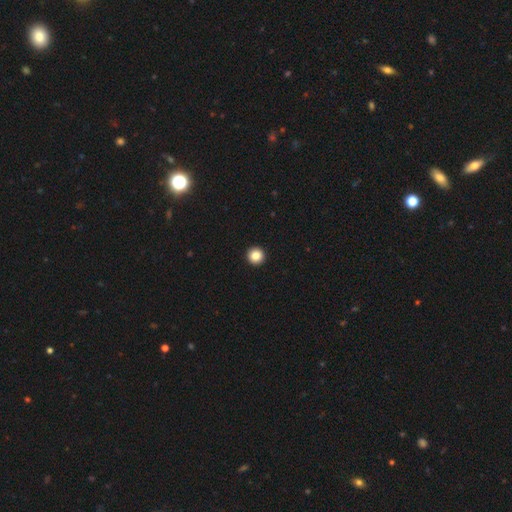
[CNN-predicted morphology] Smooth or featured: smooth — 86% (star or artifact — 10%)
How rounded: round — 96% (in between — 3%)
Merging: none — 95% (minor disturbance — 3%)